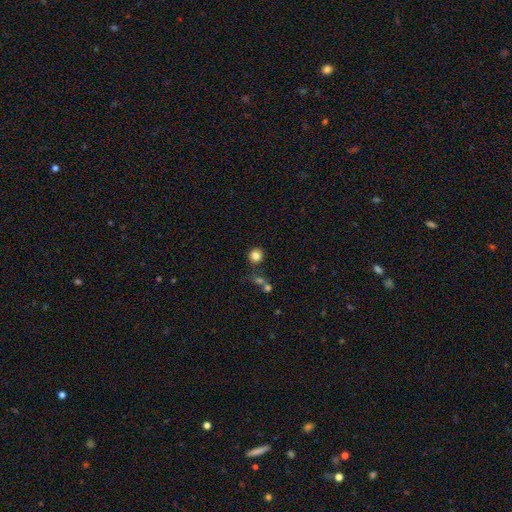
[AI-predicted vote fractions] Smooth or featured? Predicted: smooth (p=0.83). How rounded? Predicted: round (p=0.90). Merging? Predicted: none (p=0.79).